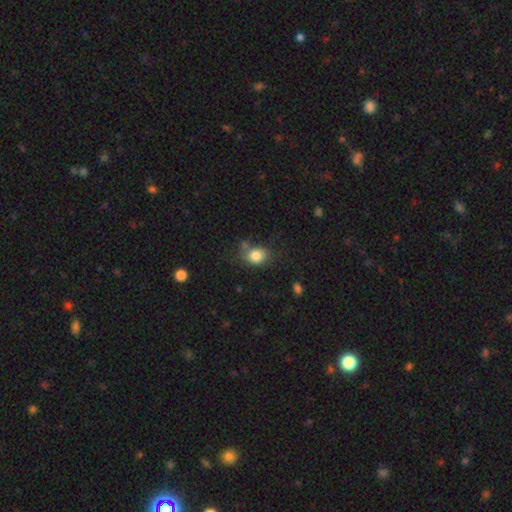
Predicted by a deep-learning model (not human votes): Smooth or featured? smooth (82%)
How rounded? in between (51%)
Merging? none (64%)